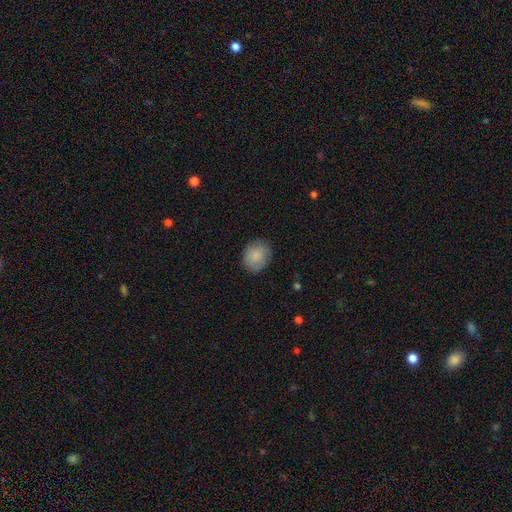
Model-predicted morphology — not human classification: This appears to be a smooth galaxy with no disk features (85%) that is round (55%). Merging: none (82%).